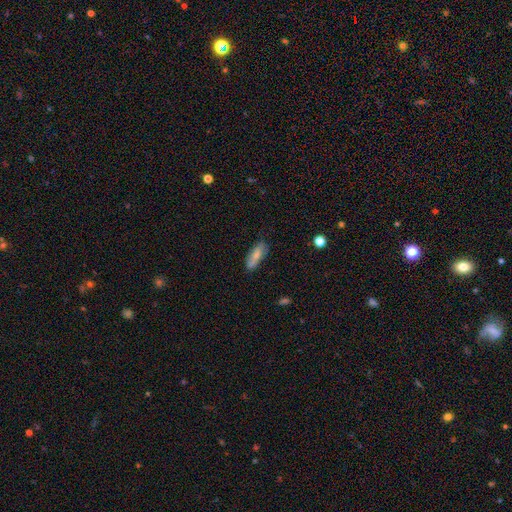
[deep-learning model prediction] Smooth or featured: smooth — 74% (featured or disk — 20%)
How rounded: in between — 58% (cigar-shaped — 40%)
Merging: none — 75% (minor disturbance — 19%)